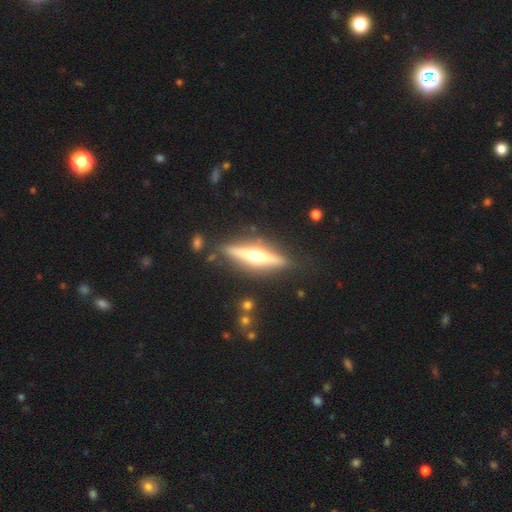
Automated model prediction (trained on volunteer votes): featured or disk 71%, smooth 23%, star or artifact 6%. Down the decision tree: edge-on disk — yes (95%); edge-on bulge — rounded (94%); merging — none (86%).